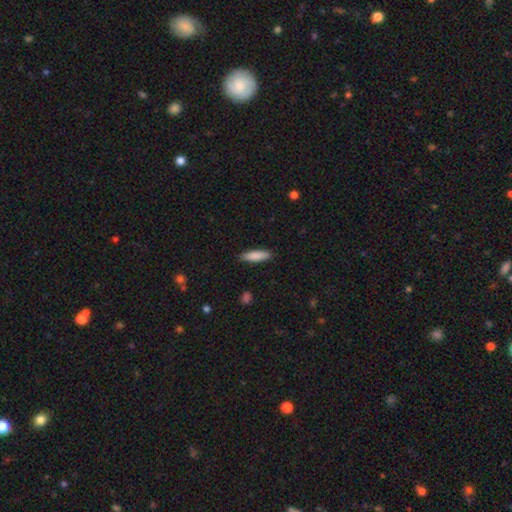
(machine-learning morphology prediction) A smooth galaxy with no disk features (87%) that is cigar-shaped (61%). Merging: none (87%).